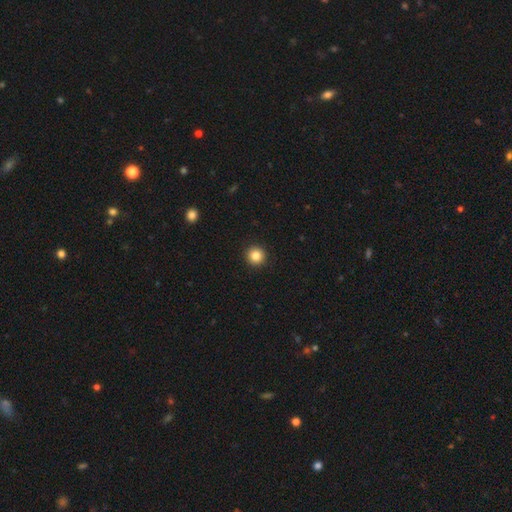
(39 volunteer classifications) smooth-or-featured: smooth: 90% | featured or disk: 5% | star or artifact: 5%
  how-rounded: round: 91% | in between: 6% | cigar-shaped: 3%
  merging: none: 92% | minor disturbance: 3% | major disturbance: 3% | merger: 3%